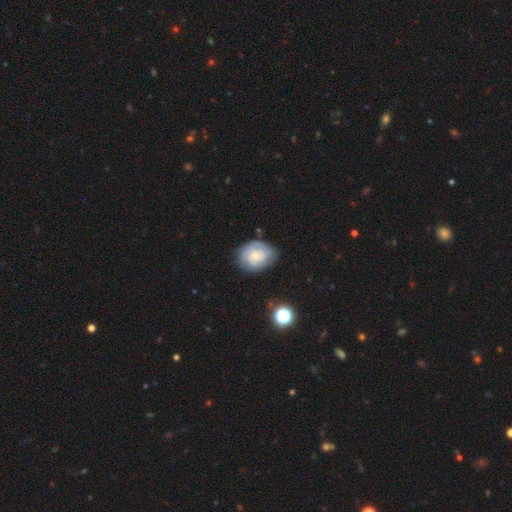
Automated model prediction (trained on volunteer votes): smooth_or_featured: smooth (p=0.49) [alt: featured or disk p=0.42]
merging: none (p=0.68) [alt: minor disturbance p=0.23]